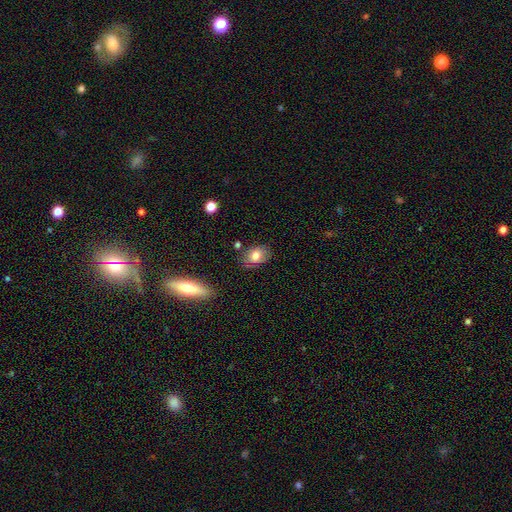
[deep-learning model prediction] Smooth or featured? Predicted: smooth (p=0.75). How rounded? Predicted: in between (p=0.72). Merging? Predicted: none (p=0.75).